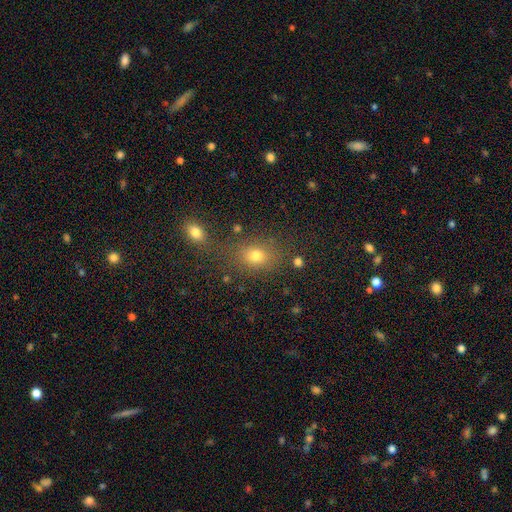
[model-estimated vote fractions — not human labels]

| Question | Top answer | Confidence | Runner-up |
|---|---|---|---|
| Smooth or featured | smooth | 73% | star or artifact (17%) |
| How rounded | in between | 56% | round (42%) |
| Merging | none | 71% | minor disturbance (12%) |